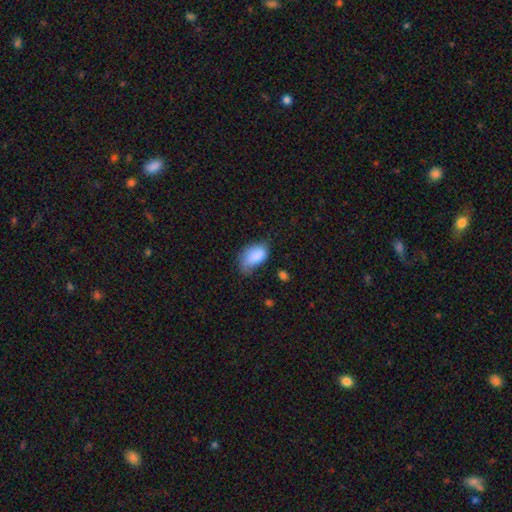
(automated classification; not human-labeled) Q: Smooth or featured?
A: smooth (84%); runner-up: featured or disk (9%)
Q: How rounded?
A: in between (92%); runner-up: round (6%)
Q: Merging?
A: minor disturbance (41%); runner-up: none (39%)